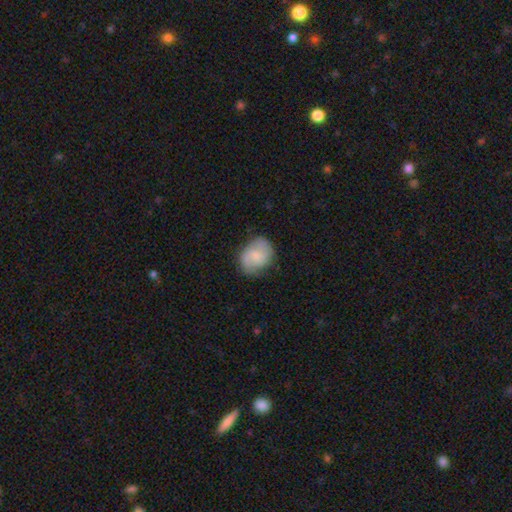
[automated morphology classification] Smooth or featured: smooth — 54% (featured or disk — 39%)
How rounded: round — 52% (in between — 47%)
Merging: none — 71% (minor disturbance — 22%)